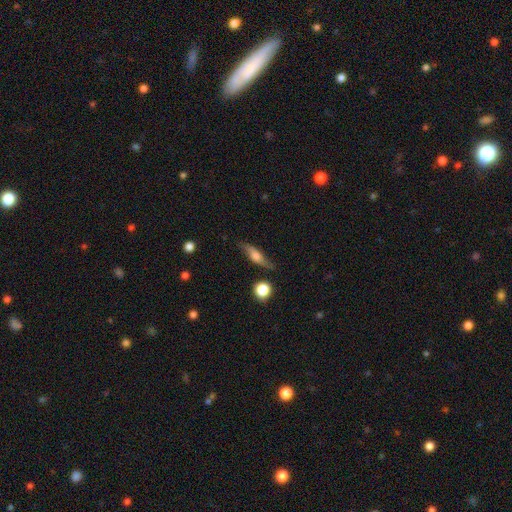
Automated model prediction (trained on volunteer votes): This is possibly a featured or disk galaxy (51%). It is likely viewed edge-on (79%). Merging: likely none (73%).